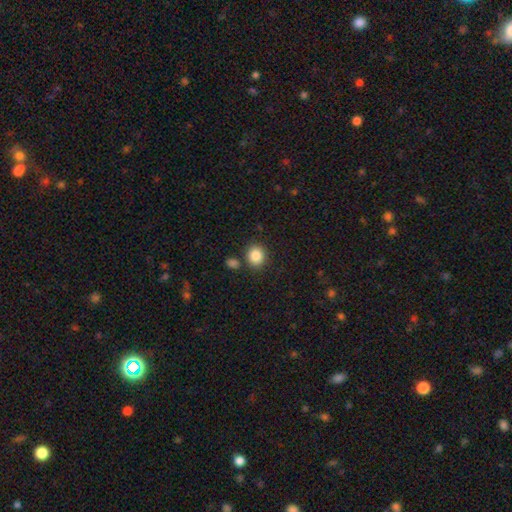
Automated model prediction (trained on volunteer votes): Morphology: type=smooth (86%); roundness=round (80%); merging=none (82%).